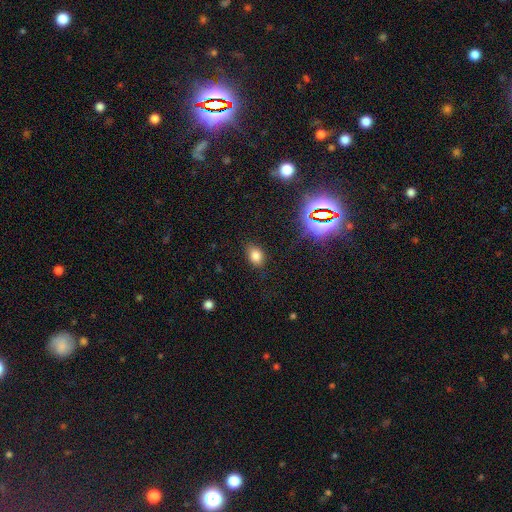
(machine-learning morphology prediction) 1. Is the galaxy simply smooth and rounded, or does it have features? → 78% smooth, 15% star or artifact, 7% featured or disk.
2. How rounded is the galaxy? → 74% in between, 24% round, 2% cigar-shaped.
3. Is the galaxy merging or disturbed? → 80% none, 15% minor disturbance, 4% major disturbance, 2% merger.